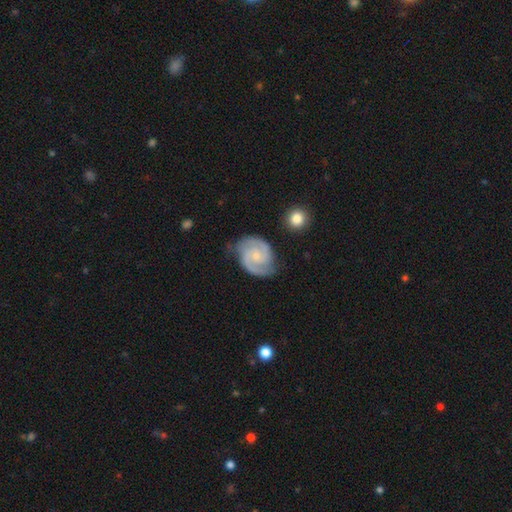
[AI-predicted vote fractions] A featured or disk galaxy (91%) with no bar (59%), 2 (90%) medium (48%) spiral arms (98%) and a small central bulge (65%).

Vote fractions:
- Smooth or featured? featured or disk: 91% / smooth: 5% / star or artifact: 4%
- Edge-on disk? no: 98% / yes: 2%
- Bar? no: 59% / weak: 35% / strong: 6%
- Spiral arms? yes: 98% / no: 2%
- Spiral winding? medium: 48% / tight: 45% / loose: 7%
- Spiral arm count? 2: 90% / 3: 4% / can't tell: 3% / 1: 1% / 4: 1% / more than 4: 1%
- Bulge size? small: 65% / moderate: 27% / none: 6% / large: 1% / dominant: 1%
- Merging? none: 74% / minor disturbance: 19% / major disturbance: 5% / merger: 2%